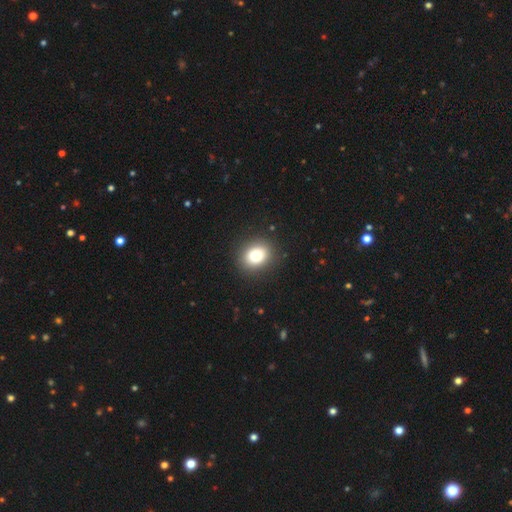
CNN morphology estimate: A smooth galaxy with no disk features (78%) that is round (64%).

Vote fractions:
- Smooth or featured? smooth: 78% / star or artifact: 12% / featured or disk: 10%
- How rounded? round: 64% / in between: 36% / cigar-shaped: 1%
- Merging? none: 90% / minor disturbance: 6% / major disturbance: 2% / merger: 1%